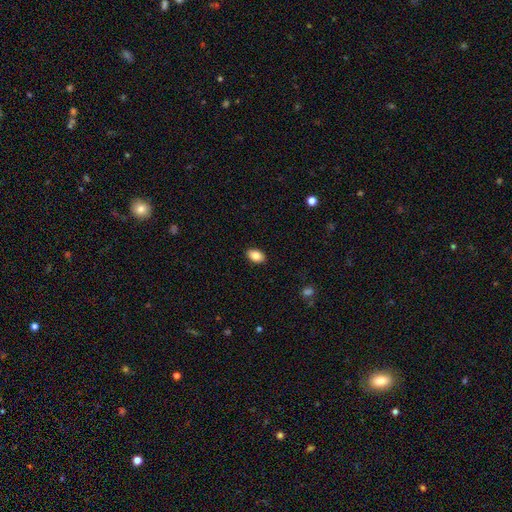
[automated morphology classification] type=smooth (86%); roundness=in between (89%); merging=none (90%).